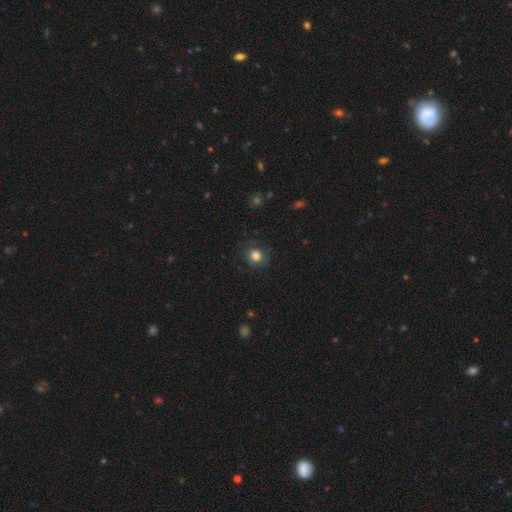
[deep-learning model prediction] A smooth galaxy with no disk features (81%) that is round (87%).

Vote fractions:
- Smooth or featured? smooth: 81% / star or artifact: 11% / featured or disk: 8%
- How rounded? round: 87% / in between: 12% / cigar-shaped: 1%
- Merging? none: 81% / minor disturbance: 13% / major disturbance: 5% / merger: 1%